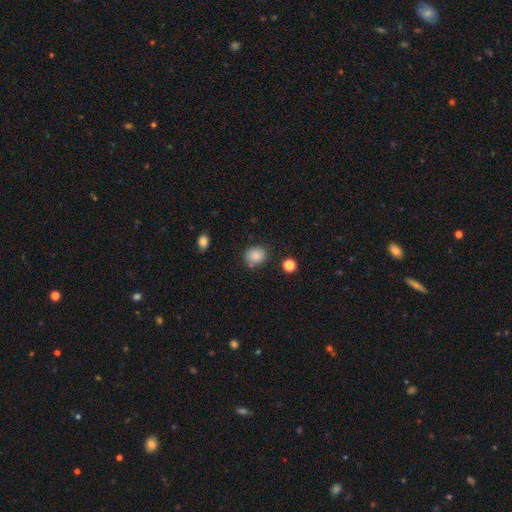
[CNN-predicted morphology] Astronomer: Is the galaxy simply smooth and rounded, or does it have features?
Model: smooth — 85%.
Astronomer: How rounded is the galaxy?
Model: round — 73%.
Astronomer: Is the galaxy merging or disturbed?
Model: none — 76%.